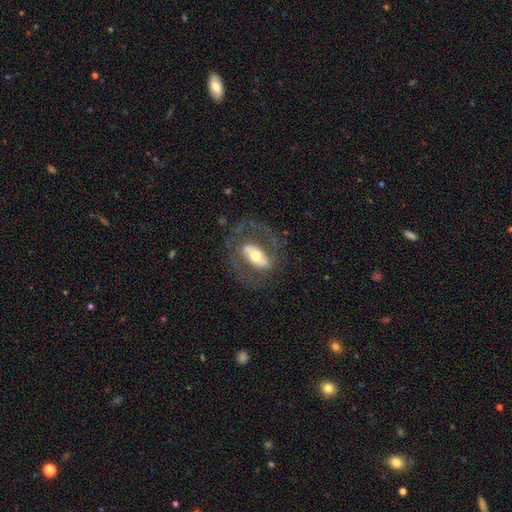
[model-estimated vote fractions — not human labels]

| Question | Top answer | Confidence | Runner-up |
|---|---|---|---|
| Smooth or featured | featured or disk | 72% | smooth (22%) |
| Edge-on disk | no | 91% | yes (9%) |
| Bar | strong | 45% | weak (27%) |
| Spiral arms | yes | 71% | no (29%) |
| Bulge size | moderate | 63% | small (20%) |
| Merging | none | 63% | major disturbance (19%) |